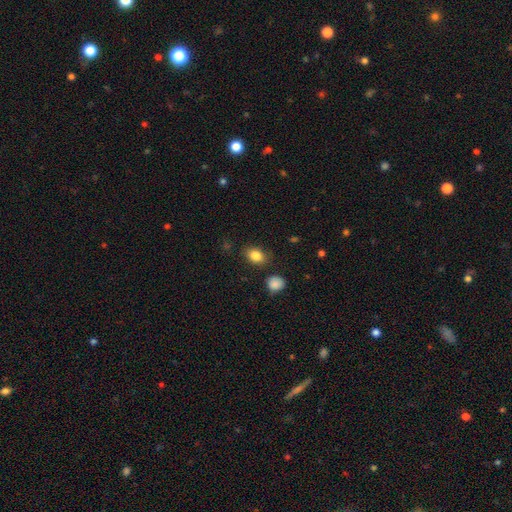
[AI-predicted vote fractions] This appears to be a smooth galaxy with no disk features (85%) that is in between round and cigar-shaped (68%). Merging: none (82%).